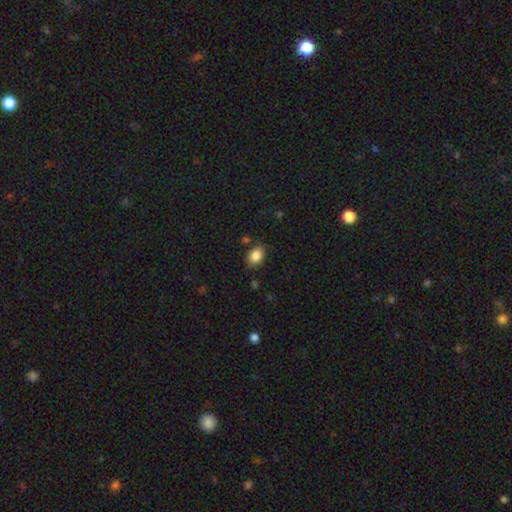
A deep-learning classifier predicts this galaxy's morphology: Smooth or featured? Predicted: smooth (p=0.85). How rounded? Predicted: in between (p=0.70). Merging? Predicted: none (p=0.79).